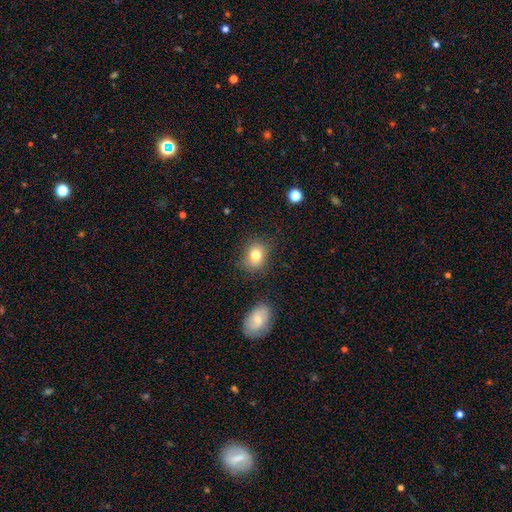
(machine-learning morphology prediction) smooth_or_featured: smooth (p=0.79) [alt: star or artifact p=0.11]
how_rounded: round (p=0.58) [alt: in between p=0.41]
merging: none (p=0.80) [alt: minor disturbance p=0.14]